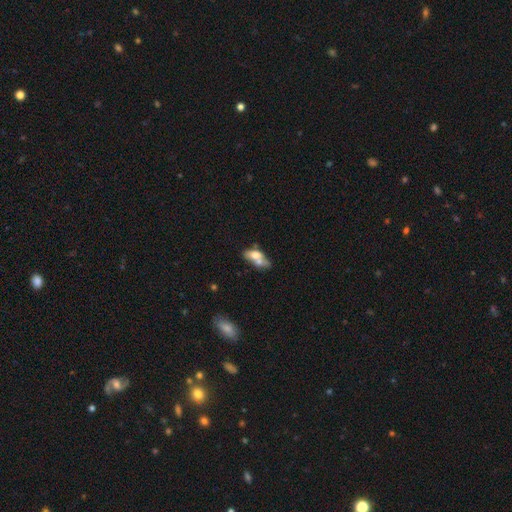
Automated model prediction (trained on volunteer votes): Smooth or featured: smooth — 55% (featured or disk — 36%)
How rounded: in between — 78% (cigar-shaped — 12%)
Merging: merger — 49% (none — 24%)